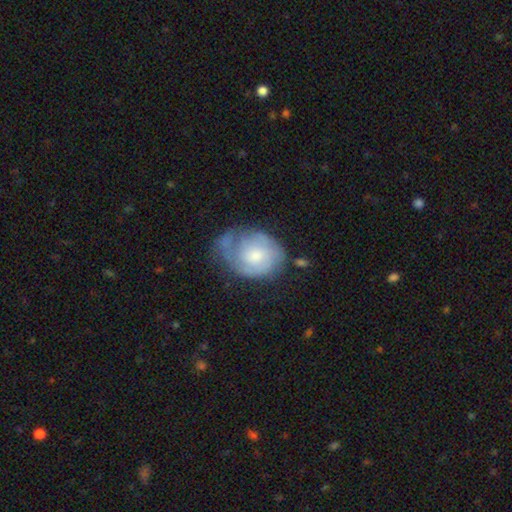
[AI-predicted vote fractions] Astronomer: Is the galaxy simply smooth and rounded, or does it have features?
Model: featured or disk — 57% (runner-up: smooth, 37%).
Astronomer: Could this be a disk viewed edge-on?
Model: no — 97%.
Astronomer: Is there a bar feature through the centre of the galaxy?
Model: no — 70%.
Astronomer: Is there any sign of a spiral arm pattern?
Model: yes — 80%.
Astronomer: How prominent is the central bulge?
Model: moderate — 49% (runner-up: small, 36%).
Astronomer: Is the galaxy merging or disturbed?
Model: none — 34% (runner-up: minor disturbance, 31%).